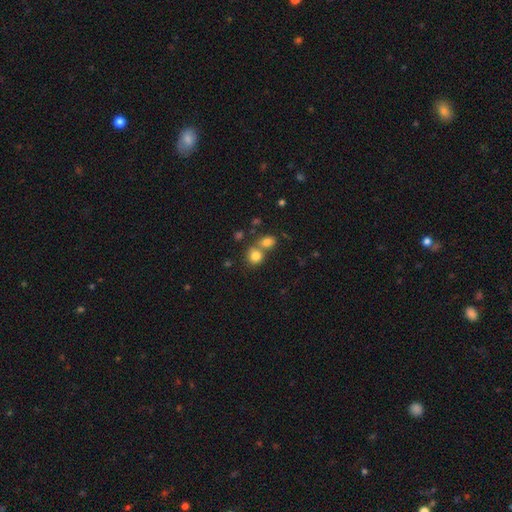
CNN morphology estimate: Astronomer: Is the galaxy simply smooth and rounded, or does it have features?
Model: smooth — 80%.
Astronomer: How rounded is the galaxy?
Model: round — 77%.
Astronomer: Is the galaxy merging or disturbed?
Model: none — 47% (runner-up: merger, 41%).